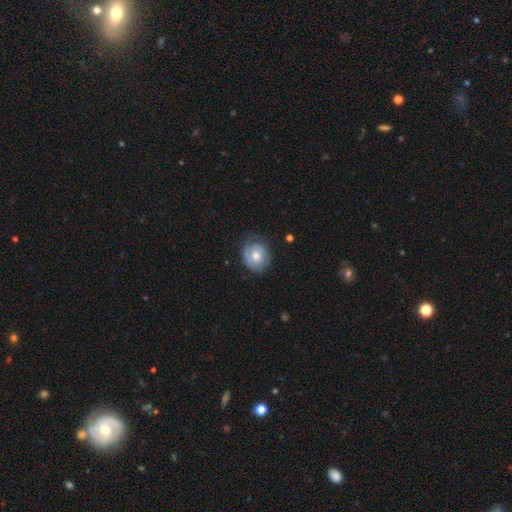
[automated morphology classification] featured or disk 57%, smooth 37%, star or artifact 7%. Down the decision tree: edge-on disk — no (97%); bar — no (71%); spiral arms — yes (79%); bulge size — moderate (69%); merging — none (69%).